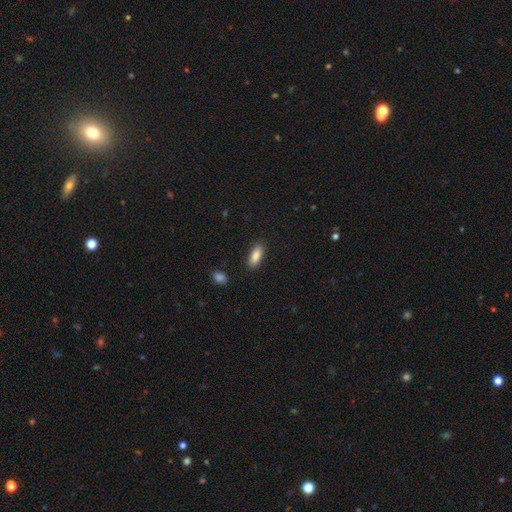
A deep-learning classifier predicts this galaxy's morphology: smooth-or-featured: smooth: 87% | star or artifact: 7% | featured or disk: 6%
  how-rounded: in between: 77% | cigar-shaped: 21% | round: 2%
  merging: none: 87% | minor disturbance: 9% | major disturbance: 2% | merger: 1%